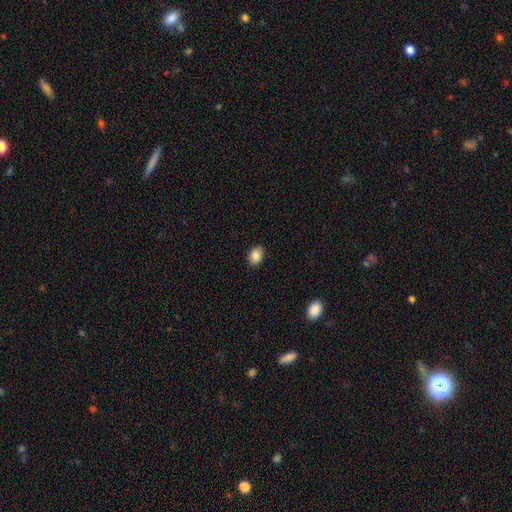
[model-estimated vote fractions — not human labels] smooth 87%, star or artifact 8%, featured or disk 5%. Down the decision tree: how rounded — in between (78%); merging — none (89%).